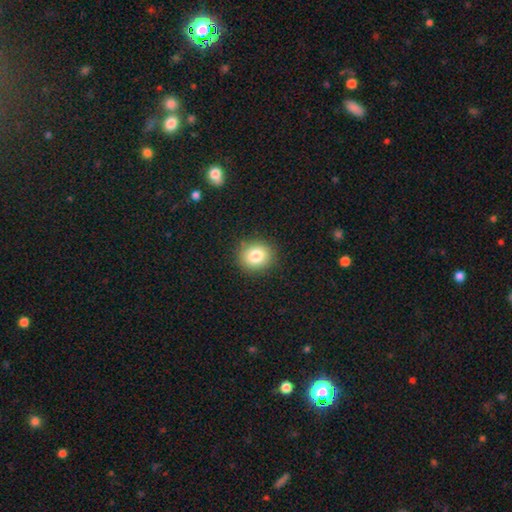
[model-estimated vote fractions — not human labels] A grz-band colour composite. It shows a smooth galaxy with no disk features (82%) that is round (80%). Merging: none (89%).